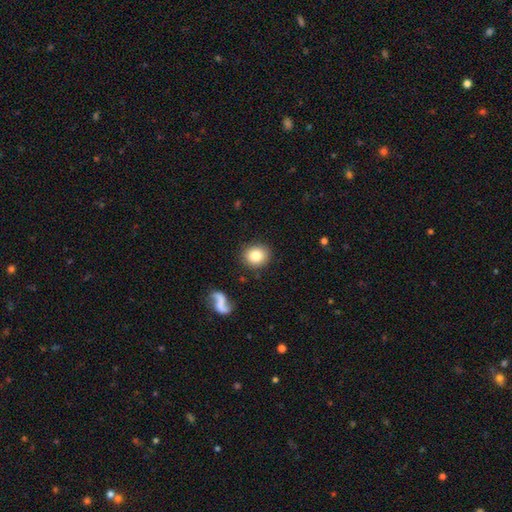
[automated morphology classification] A smooth galaxy with no disk features (83%) that is round (80%). Merging: none (87%).